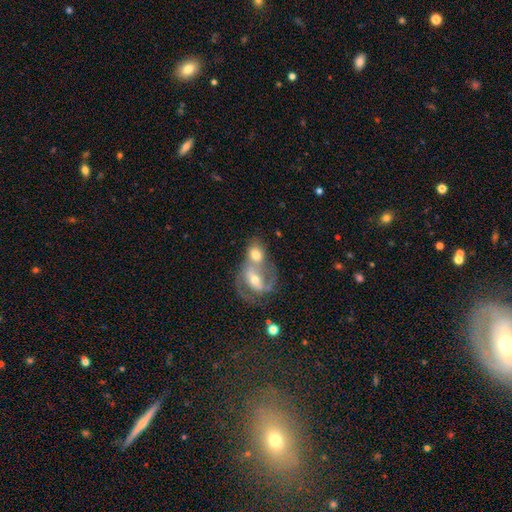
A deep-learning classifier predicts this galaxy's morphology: A featured or disk galaxy (59%) with no bar (37%), spiral arms (69%) and a moderate central bulge (64%).

Vote fractions:
- Smooth or featured? featured or disk: 59% / smooth: 33% / star or artifact: 8%
- Edge-on disk? no: 95% / yes: 5%
- Bar? no: 37% / weak: 36% / strong: 27%
- Spiral arms? yes: 69% / no: 31%
- Bulge size? moderate: 64% / small: 27% / large: 6% / none: 2% / dominant: 1%
- Merging? merger: 65% / none: 22% / minor disturbance: 7% / major disturbance: 5%